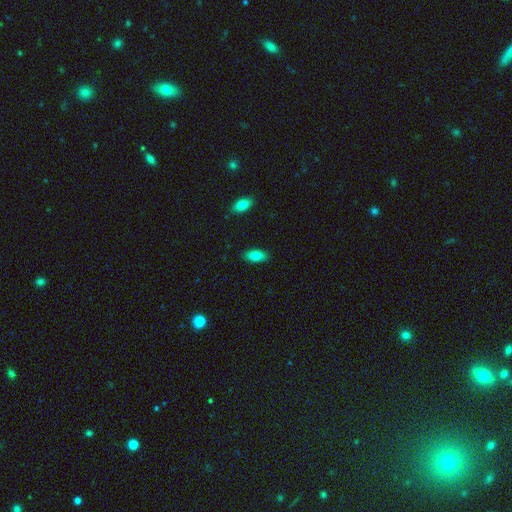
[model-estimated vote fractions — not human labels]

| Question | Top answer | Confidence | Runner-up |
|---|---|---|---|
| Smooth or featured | smooth | 79% | featured or disk (14%) |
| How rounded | in between | 90% | cigar-shaped (7%) |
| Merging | none | 88% | minor disturbance (9%) |